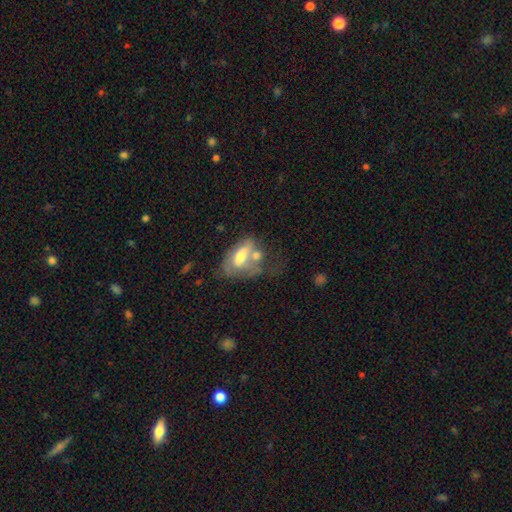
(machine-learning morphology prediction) A smooth galaxy with no disk features (52%) that is in between round and cigar-shaped (83%). Merging: merger (41%).